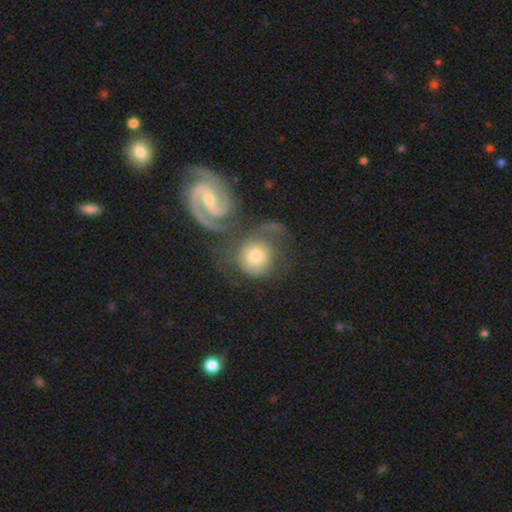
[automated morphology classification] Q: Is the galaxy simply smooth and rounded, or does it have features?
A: smooth — 49%.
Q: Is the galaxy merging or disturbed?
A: merger — 42%.